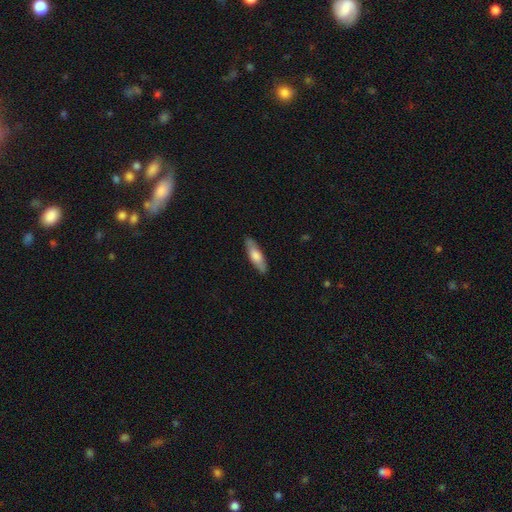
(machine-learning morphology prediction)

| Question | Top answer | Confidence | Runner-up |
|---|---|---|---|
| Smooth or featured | smooth | 65% | featured or disk (30%) |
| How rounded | cigar-shaped | 54% | in between (44%) |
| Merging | none | 86% | minor disturbance (11%) |